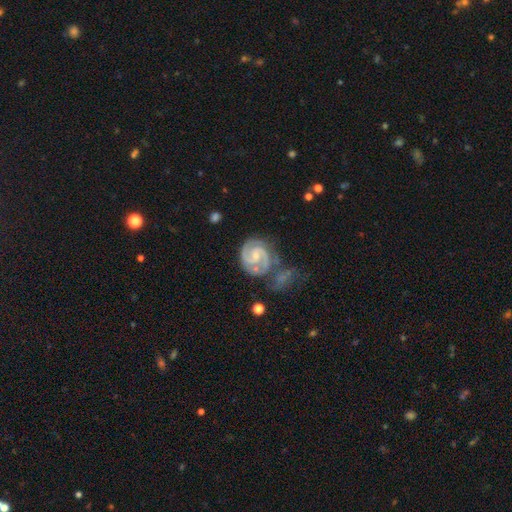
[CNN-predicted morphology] smooth-or-featured: featured or disk: 91% | smooth: 5% | star or artifact: 4%
  disk-edge-on: no: 98% | yes: 2%
    bar: no: 47% | weak: 42% | strong: 11%
    has-spiral-arms: yes: 98% | no: 2%
      spiral-winding: tight: 55% | medium: 39% | loose: 5%
      spiral-arm-count: 2: 88% | 3: 6% | can't tell: 3% | 1: 1% | 4: 1% | more than 4: 1%
    bulge-size: small: 64% | moderate: 27% | none: 7% | large: 1% | dominant: 1%
  merging: none: 54% | minor disturbance: 19% | merger: 17% | major disturbance: 9%